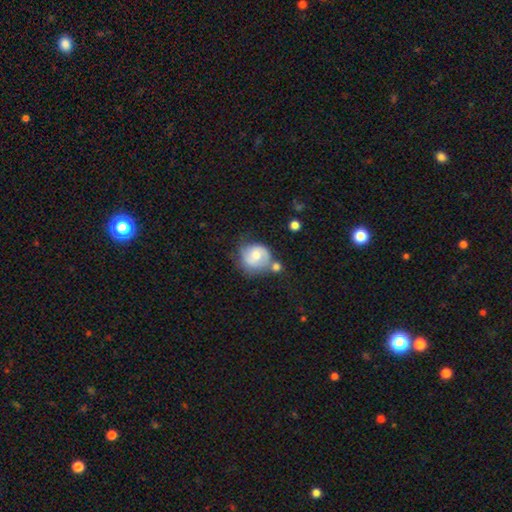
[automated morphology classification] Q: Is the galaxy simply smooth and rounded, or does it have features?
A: smooth — 51%.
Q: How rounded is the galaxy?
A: round — 78%.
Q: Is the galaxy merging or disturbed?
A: none — 43%.